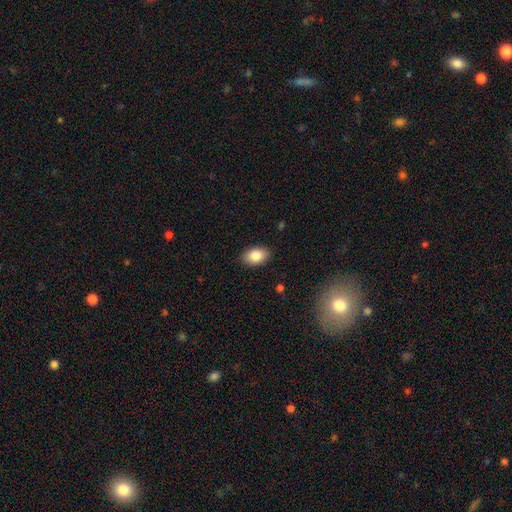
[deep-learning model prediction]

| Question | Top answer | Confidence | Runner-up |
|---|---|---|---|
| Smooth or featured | smooth | 84% | featured or disk (8%) |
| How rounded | in between | 88% | round (11%) |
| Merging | none | 87% | minor disturbance (9%) |